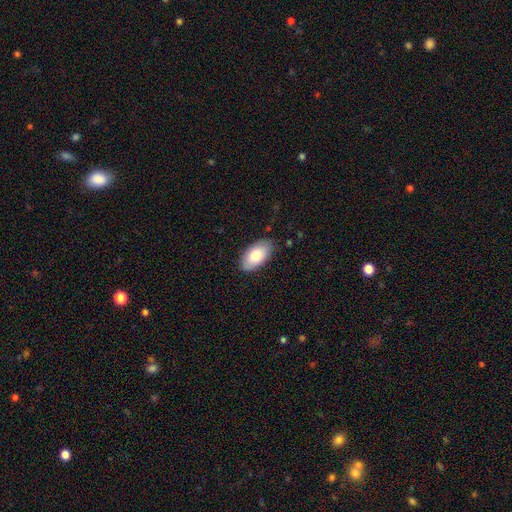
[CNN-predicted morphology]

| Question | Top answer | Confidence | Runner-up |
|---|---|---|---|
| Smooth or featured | smooth | 79% | featured or disk (15%) |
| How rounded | in between | 95% | round (3%) |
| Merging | none | 84% | minor disturbance (13%) |